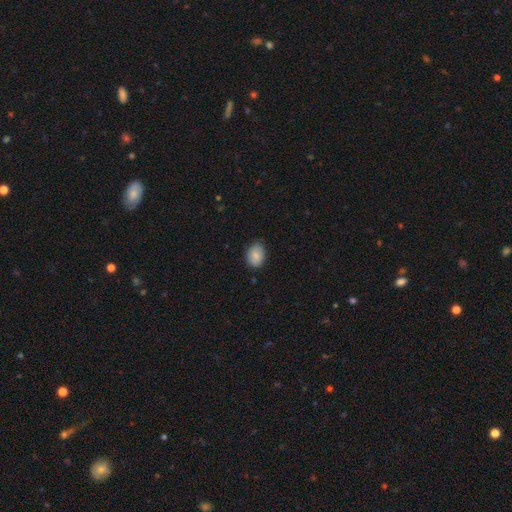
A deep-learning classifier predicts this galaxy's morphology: Smooth or featured? Predicted: smooth (p=0.84). How rounded? Predicted: in between (p=0.72). Merging? Predicted: none (p=0.81).